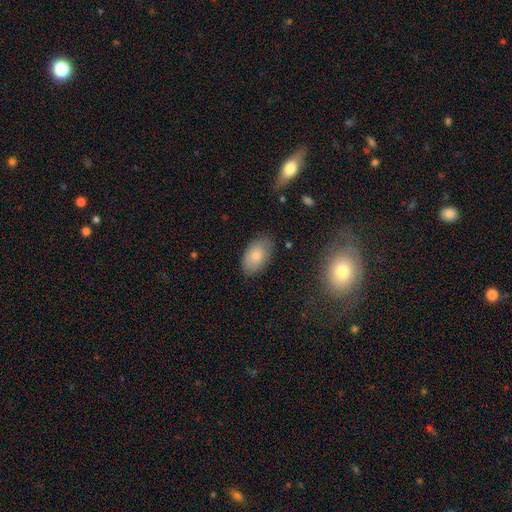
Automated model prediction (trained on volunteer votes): Smooth or featured: smooth — 80% (featured or disk — 13%)
How rounded: in between — 93% (round — 5%)
Merging: none — 81% (minor disturbance — 15%)